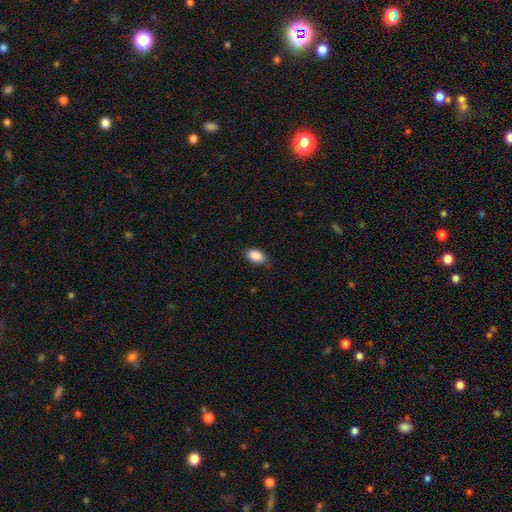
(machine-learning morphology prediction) Smooth or featured?
  - smooth: 88% *
  - star or artifact: 7%
  - featured or disk: 4%
How rounded?
  - in between: 89% *
  - round: 9%
  - cigar-shaped: 2%
Merging?
  - none: 73% *
  - minor disturbance: 22%
  - major disturbance: 4%
  - merger: 1%